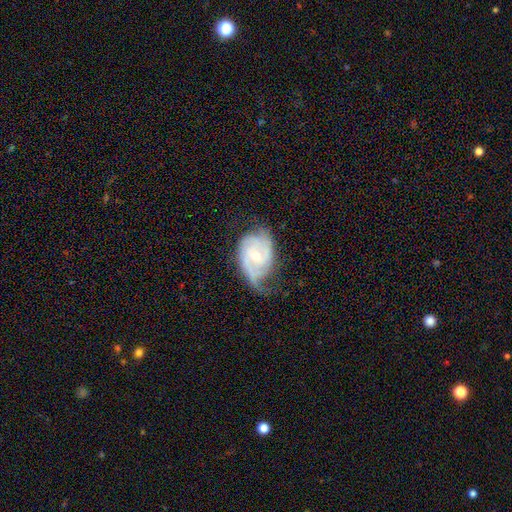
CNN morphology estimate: Smooth or featured: featured or disk — 82% (smooth — 12%)
Edge-on disk: no — 97% (yes — 3%)
Bar: no — 54% (weak — 38%)
Spiral arms: yes — 94% (no — 6%)
Spiral winding: tight — 44% (medium — 39%)
Spiral arm count: 2 — 55% (can't tell — 19%)
Bulge size: small — 49% (moderate — 47%)
Merging: none — 52% (minor disturbance — 30%)